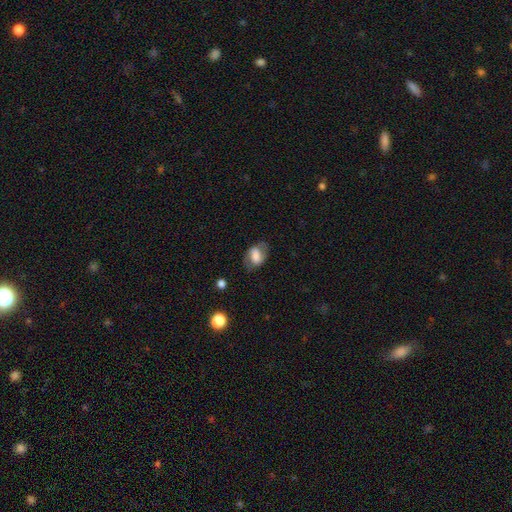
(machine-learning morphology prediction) A smooth galaxy with no disk features (56%) that is in between round and cigar-shaped (83%).

Vote fractions:
- Smooth or featured? smooth: 56% / featured or disk: 36% / star or artifact: 9%
- How rounded? in between: 83% / round: 15% / cigar-shaped: 2%
- Merging? none: 67% / minor disturbance: 22% / major disturbance: 10% / merger: 2%